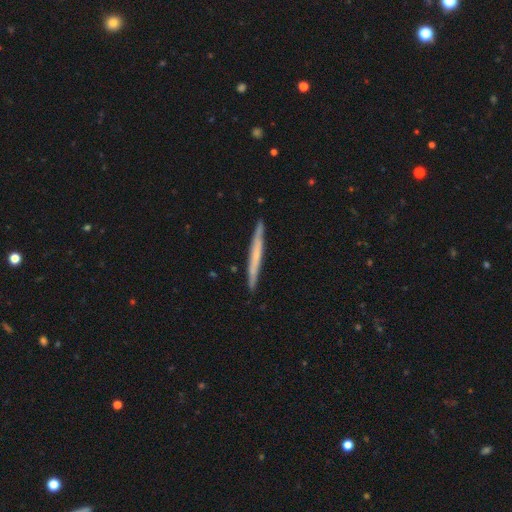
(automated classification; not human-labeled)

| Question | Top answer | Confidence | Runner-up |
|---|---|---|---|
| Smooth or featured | featured or disk | 51% | smooth (43%) |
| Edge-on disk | yes | 96% | no (4%) |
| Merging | none | 90% | minor disturbance (7%) |